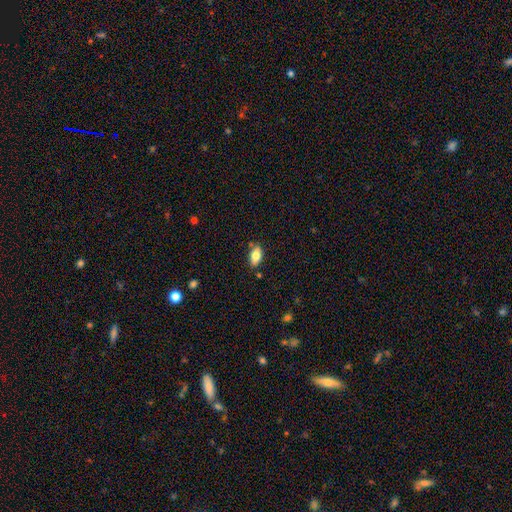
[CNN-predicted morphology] smooth_or_featured: smooth (p=0.79) [alt: featured or disk p=0.14]
how_rounded: in between (p=0.91) [alt: round p=0.05]
merging: none (p=0.80) [alt: minor disturbance p=0.14]